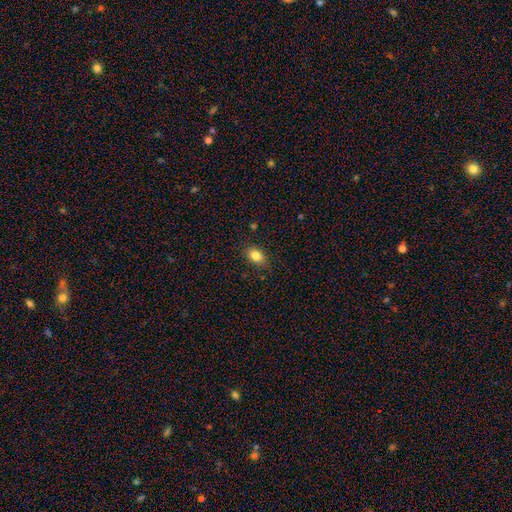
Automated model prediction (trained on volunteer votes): Morphology: type=smooth (83%); roundness=in between (84%); merging=none (84%).